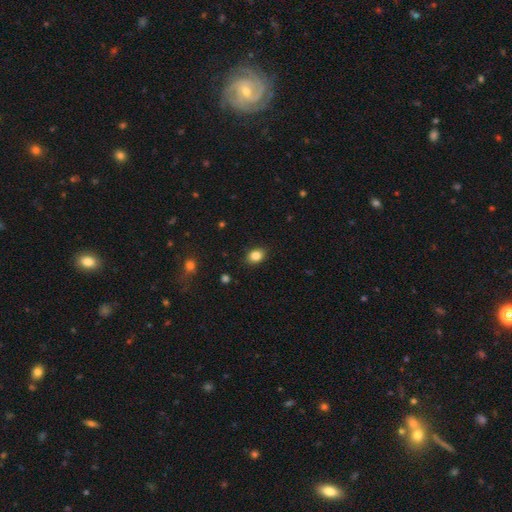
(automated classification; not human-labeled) This appears to be a smooth galaxy with no disk features (85%) that is in between round and cigar-shaped (61%). Merging: none (87%).